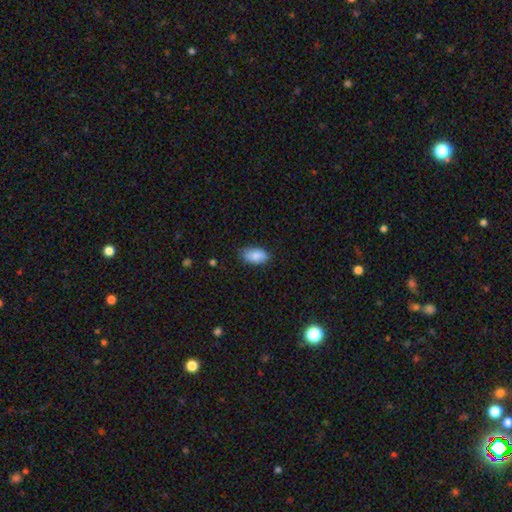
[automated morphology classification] The model was most divided on "merging": none: 81%, minor disturbance: 15%, major disturbance: 3%, merger: 1%. More confident: how rounded — in between (94%); smooth or featured — smooth (89%).